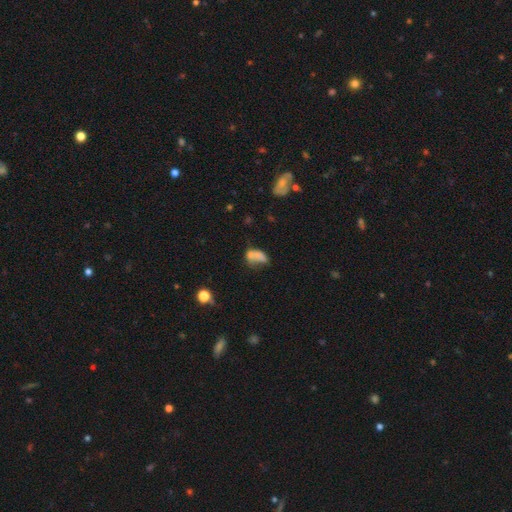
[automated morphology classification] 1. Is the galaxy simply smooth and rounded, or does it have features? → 62% smooth, 24% featured or disk, 14% star or artifact.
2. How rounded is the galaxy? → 83% in between, 12% round, 5% cigar-shaped.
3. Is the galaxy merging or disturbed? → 28% merger, 27% major disturbance, 26% none, 19% minor disturbance.